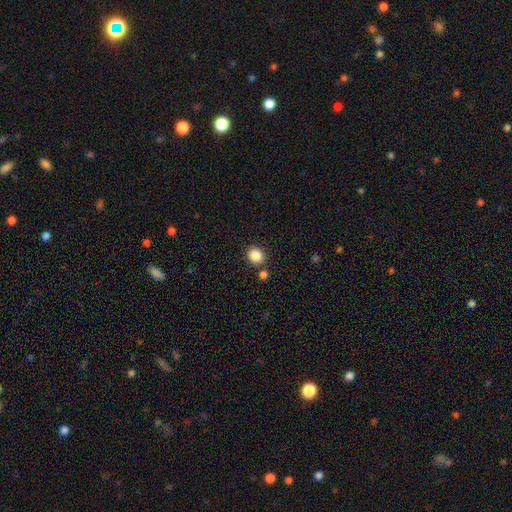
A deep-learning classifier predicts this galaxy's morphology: Smooth or featured: smooth — 87% (star or artifact — 10%)
How rounded: round — 69% (in between — 30%)
Merging: none — 82% (minor disturbance — 8%)